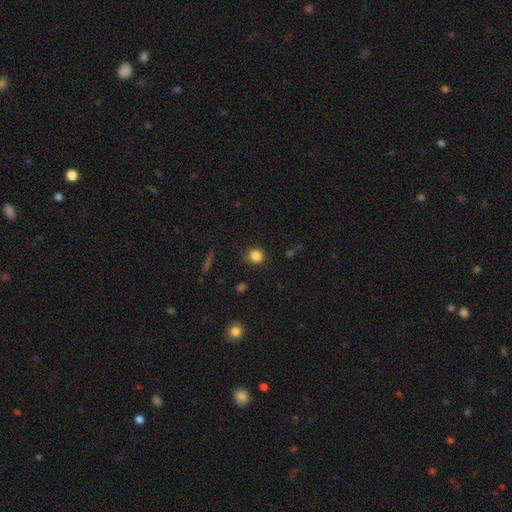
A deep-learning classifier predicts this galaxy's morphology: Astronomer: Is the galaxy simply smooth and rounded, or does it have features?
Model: smooth — 85%.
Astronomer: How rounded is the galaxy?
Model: round — 78%.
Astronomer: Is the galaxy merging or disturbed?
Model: none — 82%.